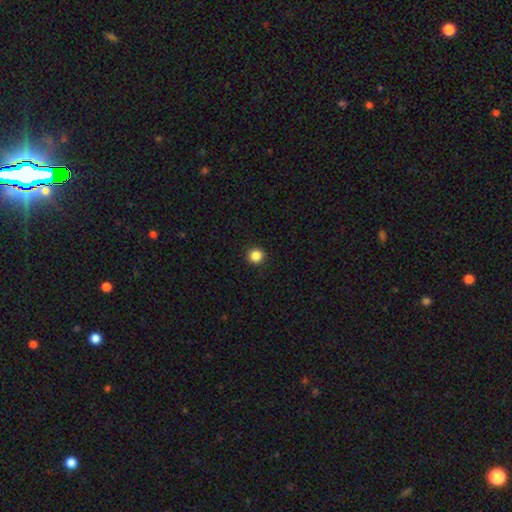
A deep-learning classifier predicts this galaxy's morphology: smooth 86%, star or artifact 11%, featured or disk 3%. Down the decision tree: how rounded — round (94%); merging — none (93%).